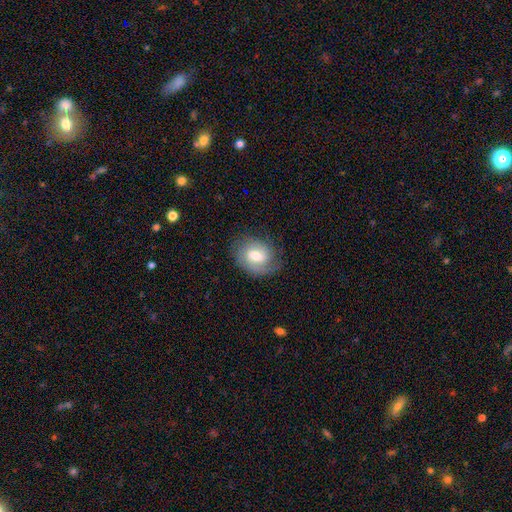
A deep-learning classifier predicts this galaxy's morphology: A featured or disk galaxy (52%) with a weak bar (52%), spiral arms (82%) and a moderate central bulge (62%).

Vote fractions:
- Smooth or featured? featured or disk: 52% / smooth: 40% / star or artifact: 8%
- Edge-on disk? no: 95% / yes: 5%
- Bar? weak: 52% / no: 35% / strong: 14%
- Spiral arms? yes: 82% / no: 18%
- Bulge size? moderate: 62% / small: 27% / large: 8% / none: 2% / dominant: 1%
- Merging? none: 73% / minor disturbance: 18% / major disturbance: 8% / merger: 1%